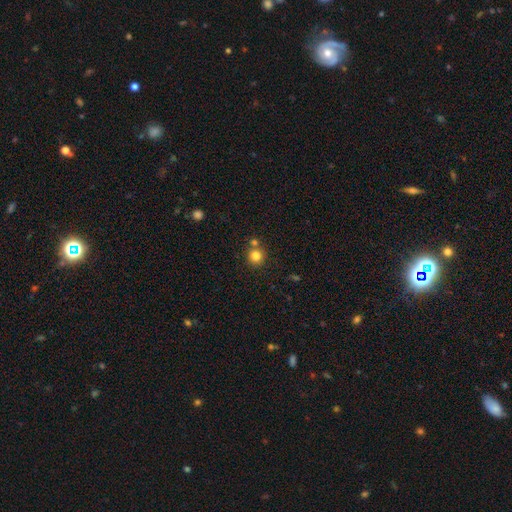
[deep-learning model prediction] Smooth or featured? Predicted: smooth (p=0.82). How rounded? Predicted: round (p=0.92). Merging? Predicted: none (p=0.68).